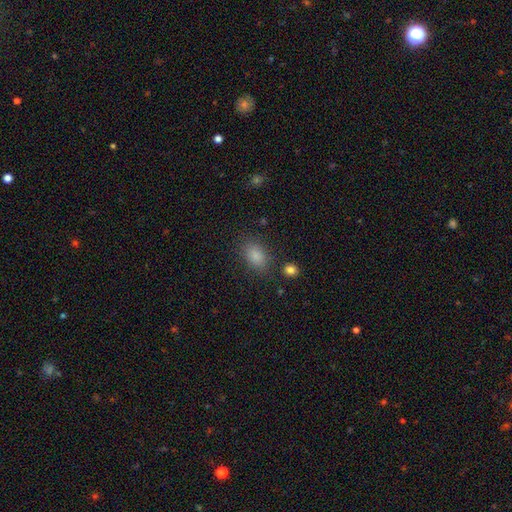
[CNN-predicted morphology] Smooth or featured? Predicted: smooth (p=0.85). How rounded? Predicted: in between (p=0.85). Merging? Predicted: none (p=0.80).